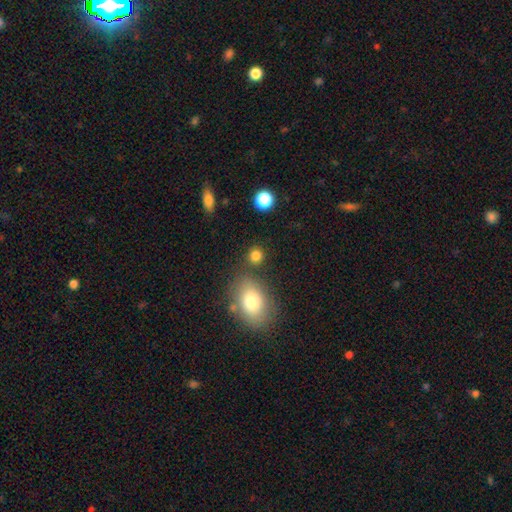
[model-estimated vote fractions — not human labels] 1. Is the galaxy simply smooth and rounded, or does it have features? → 83% smooth, 12% star or artifact, 5% featured or disk.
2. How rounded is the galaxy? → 82% round, 17% in between, 1% cigar-shaped.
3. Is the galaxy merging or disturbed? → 79% none, 9% minor disturbance, 9% merger, 3% major disturbance.